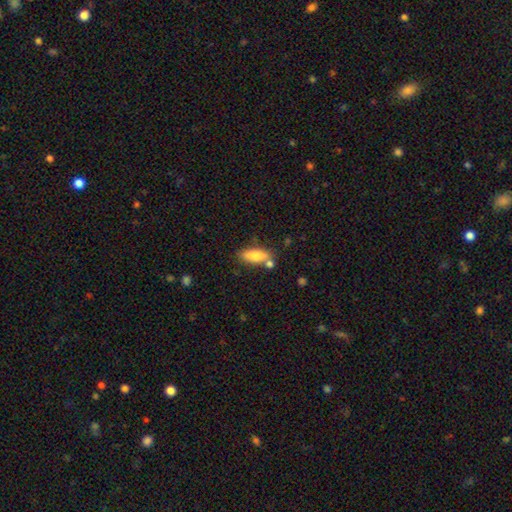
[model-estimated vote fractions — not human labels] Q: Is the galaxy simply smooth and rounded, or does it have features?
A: smooth — 77%.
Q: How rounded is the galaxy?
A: in between — 64%.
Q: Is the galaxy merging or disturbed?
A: none — 69%.